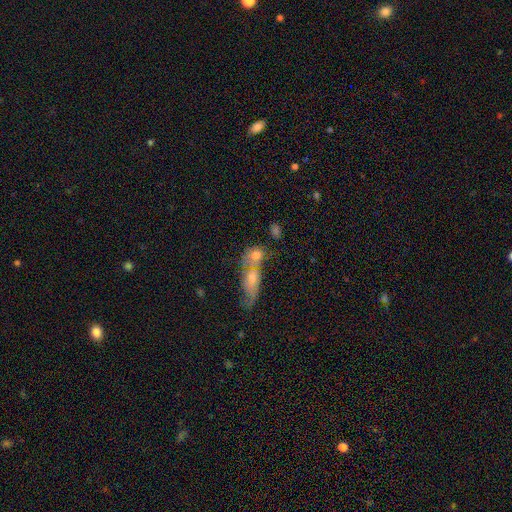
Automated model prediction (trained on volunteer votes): Overall: smooth (44%; featured or disk 39%). Merging: merger (44%; none 38%).